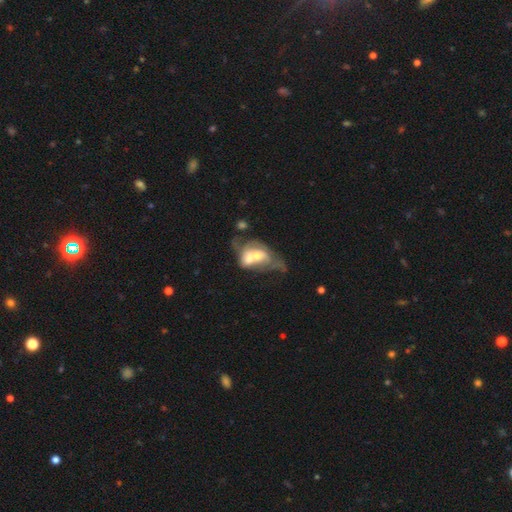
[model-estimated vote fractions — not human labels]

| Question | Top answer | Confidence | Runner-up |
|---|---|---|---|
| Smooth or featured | featured or disk | 54% | smooth (38%) |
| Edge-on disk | no | 95% | yes (5%) |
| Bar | no | 73% | weak (20%) |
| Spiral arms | no | 58% | yes (42%) |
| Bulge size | moderate | 50% | small (24%) |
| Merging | merger | 71% | major disturbance (14%) |